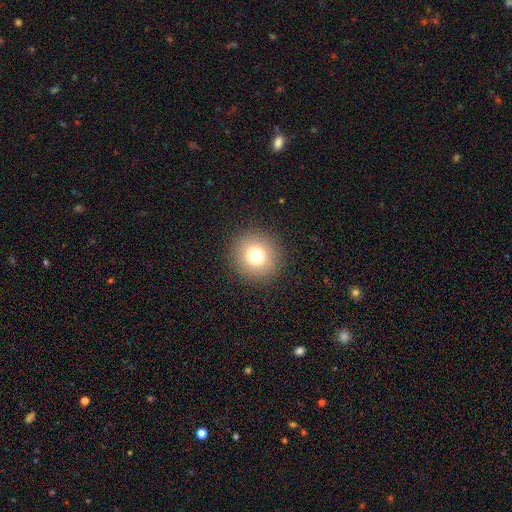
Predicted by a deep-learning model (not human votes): This appears to be a smooth galaxy with no disk features (76%) that is round (92%). Merging: none (91%).